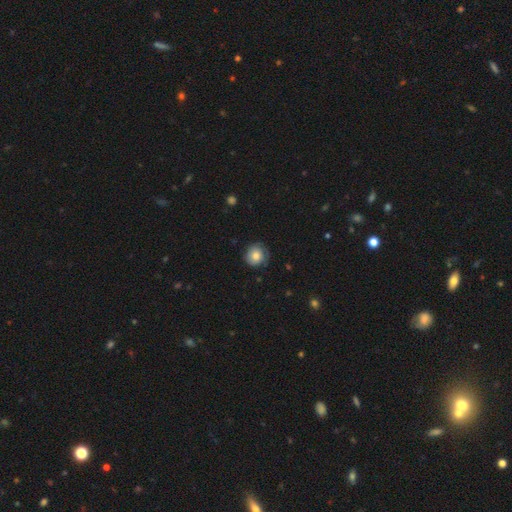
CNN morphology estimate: Smooth or featured? smooth (73%)
How rounded? round (88%)
Merging? none (78%)